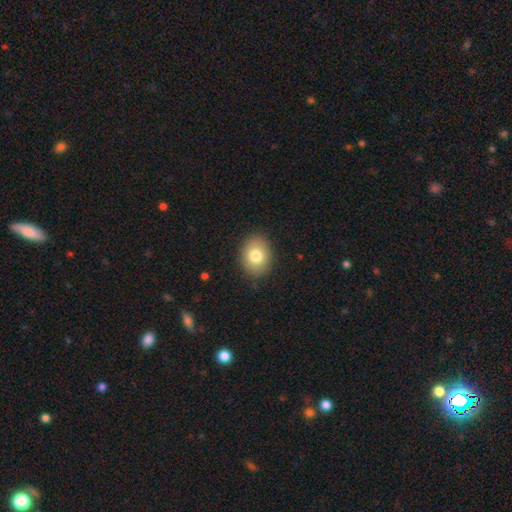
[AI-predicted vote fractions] The model was most divided on "how rounded": in between: 62%, round: 37%, cigar-shaped: 1%. More confident: merging — none (87%); smooth or featured — smooth (79%).